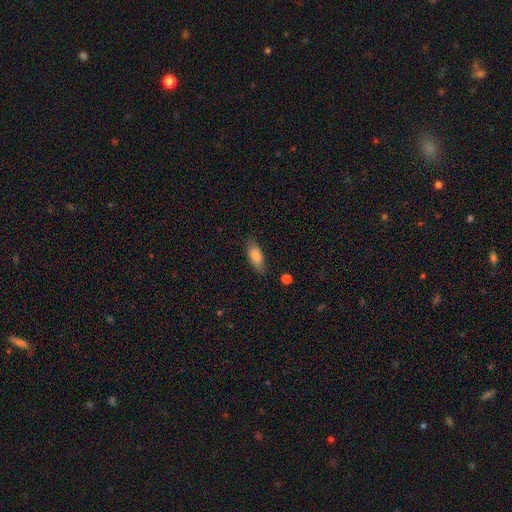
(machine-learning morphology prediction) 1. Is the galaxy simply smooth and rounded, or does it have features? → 78% smooth, 15% featured or disk, 7% star or artifact.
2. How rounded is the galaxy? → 78% in between, 19% cigar-shaped, 3% round.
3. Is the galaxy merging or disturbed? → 76% none, 18% minor disturbance, 4% major disturbance, 2% merger.